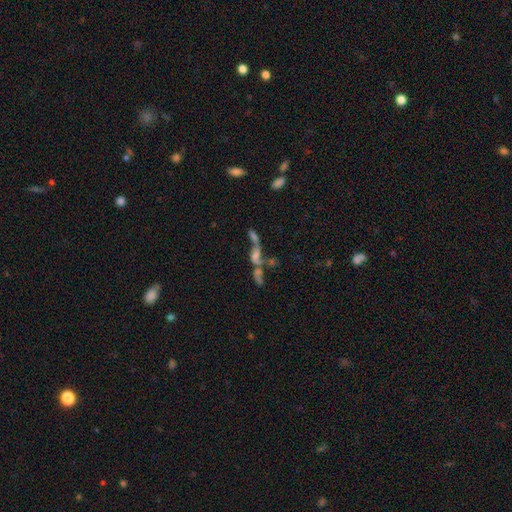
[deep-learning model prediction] This is possibly a featured or disk galaxy (53%). It is clearly not viewed edge-on (84%). Merging: possibly merger (57%).